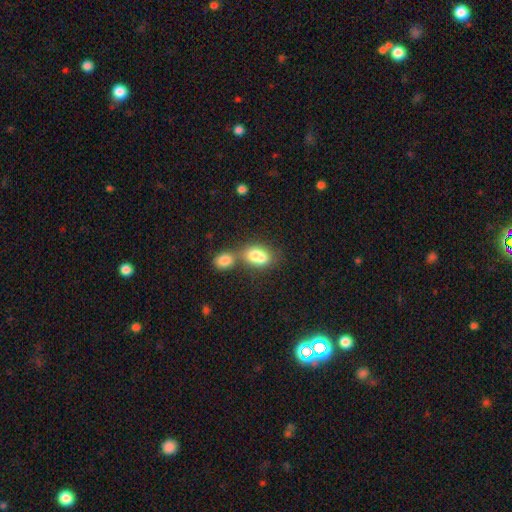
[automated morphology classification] Q: Smooth or featured?
A: smooth (78%); runner-up: featured or disk (14%)
Q: How rounded?
A: in between (80%); runner-up: round (17%)
Q: Merging?
A: merger (60%); runner-up: none (25%)